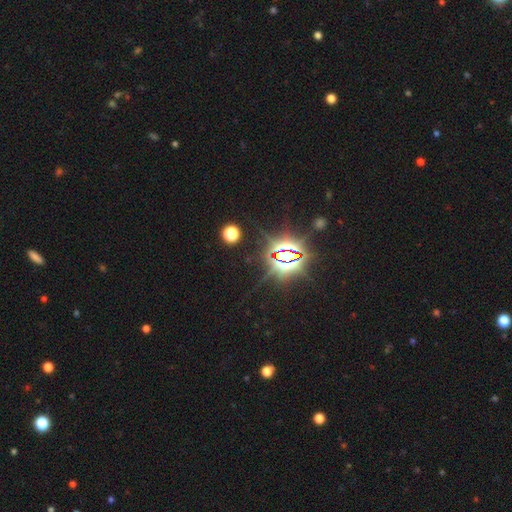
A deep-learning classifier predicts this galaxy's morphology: Smooth or featured: star or artifact — 85% (smooth — 9%)